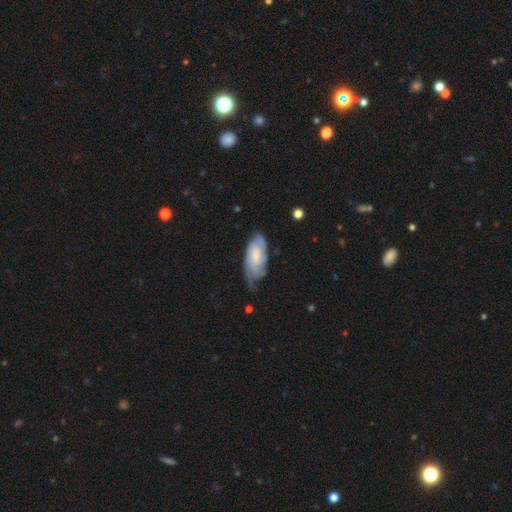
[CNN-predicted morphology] This is likely a featured or disk galaxy (62%). It is clearly not viewed edge-on (92%). Bar: possibly no (58%). Spiral arm pattern: clearly yes (89%). Spiral arm count: marginally can't tell (40%). Spiral winding: possibly tight (51%). Central bulge: marginally small (43%). Merging: possibly none (48%).